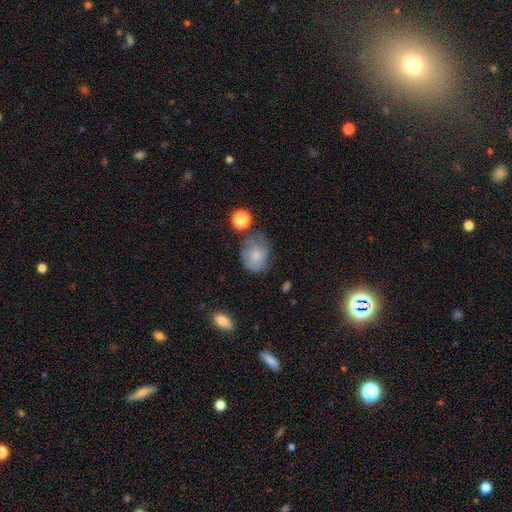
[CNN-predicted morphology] The model was most divided on "merging": none: 42%, minor disturbance: 33%, major disturbance: 20%, merger: 6%. More confident: smooth or featured — smooth (70%); how rounded — round (54%).